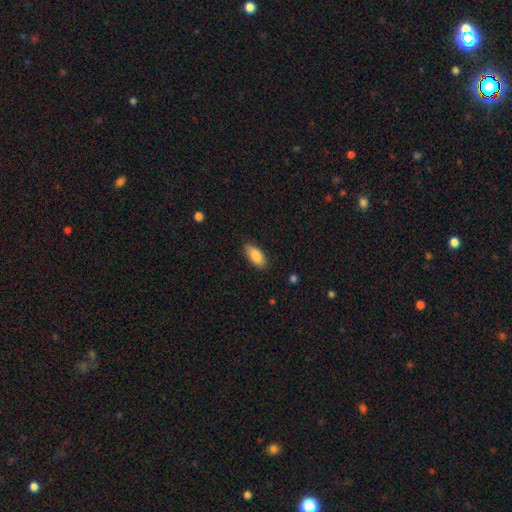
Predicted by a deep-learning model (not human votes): Morphology: type=smooth (87%); roundness=in between (91%); merging=none (86%).